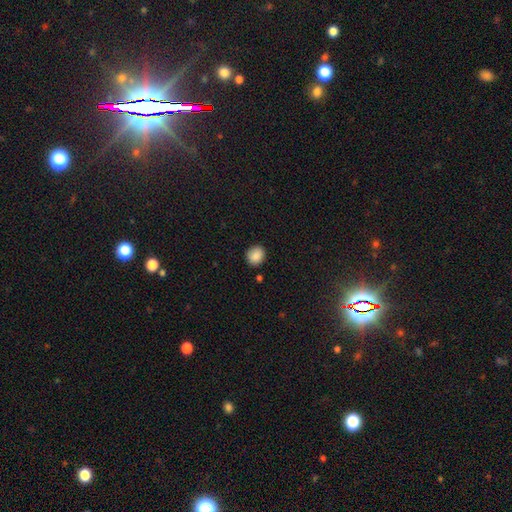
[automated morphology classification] type=smooth (88%); roundness=round (76%); merging=none (87%).